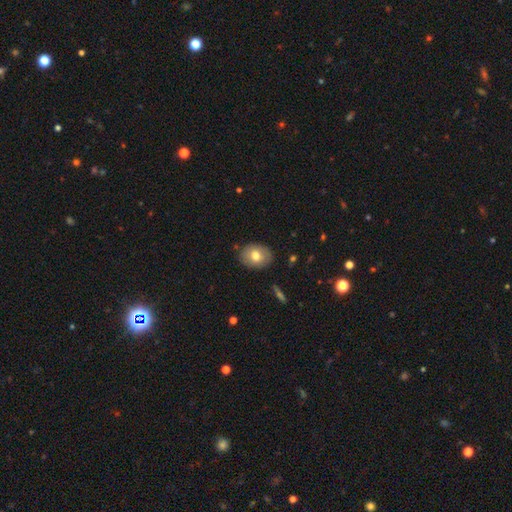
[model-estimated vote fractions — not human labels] Smooth or featured: smooth — 73% (featured or disk — 19%)
How rounded: in between — 64% (round — 35%)
Merging: none — 86% (minor disturbance — 10%)